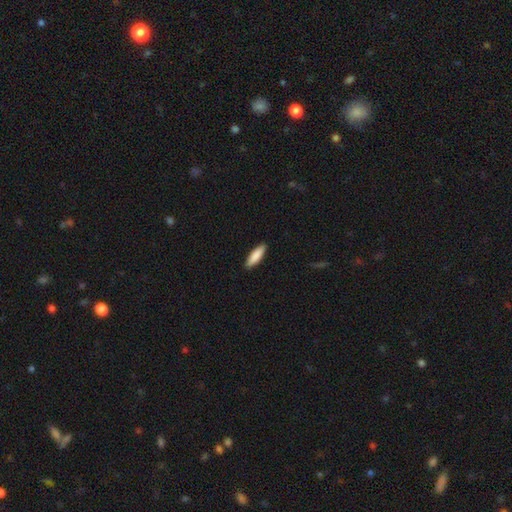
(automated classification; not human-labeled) smooth-or-featured: smooth: 86% | featured or disk: 8% | star or artifact: 5%
  how-rounded: cigar-shaped: 58% | in between: 41% | round: 1%
  merging: none: 90% | minor disturbance: 7% | major disturbance: 2% | merger: 1%